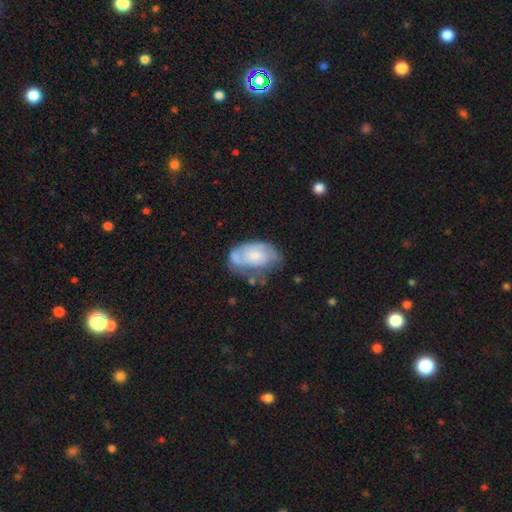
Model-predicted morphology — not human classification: smooth-or-featured: featured or disk: 60% | smooth: 33% | star or artifact: 7%
  disk-edge-on: no: 96% | yes: 4%
    bar: no: 69% | weak: 27% | strong: 4%
    has-spiral-arms: yes: 77% | no: 23%
    bulge-size: small: 48% | moderate: 37% | none: 8% | large: 5% | dominant: 1%
  merging: none: 46% | minor disturbance: 29% | major disturbance: 17% | merger: 8%